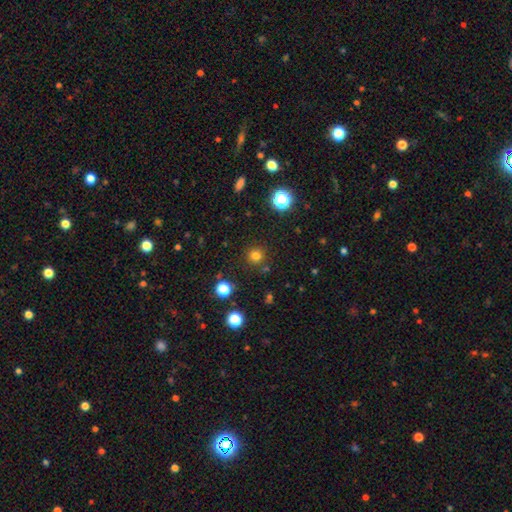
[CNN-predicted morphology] type=smooth (77%); roundness=round (94%); merging=none (87%).